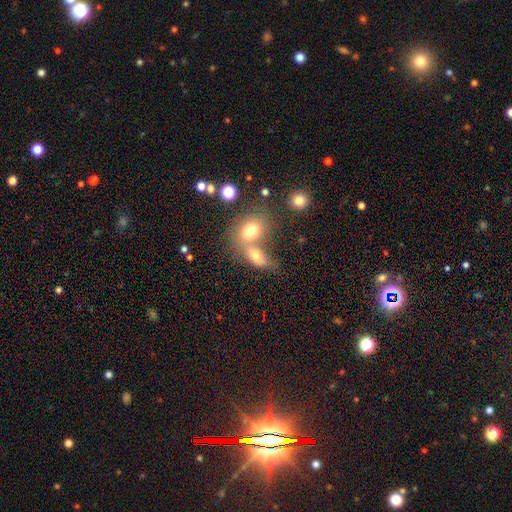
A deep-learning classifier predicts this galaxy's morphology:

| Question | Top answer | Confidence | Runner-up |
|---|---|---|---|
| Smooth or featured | smooth | 72% | featured or disk (17%) |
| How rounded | in between | 69% | round (27%) |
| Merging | merger | 56% | none (30%) |